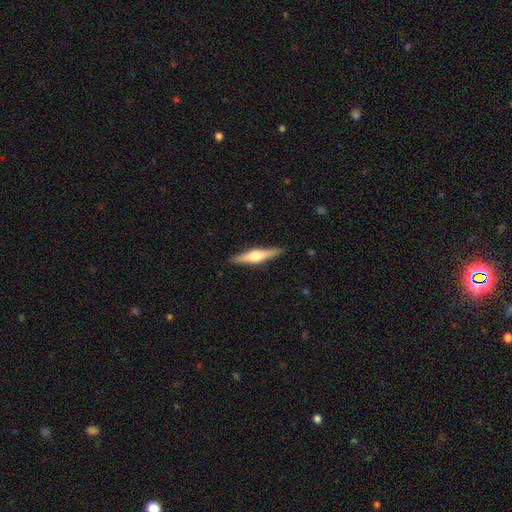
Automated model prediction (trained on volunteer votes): This appears to be a featured or disk galaxy (64%) viewed edge-on (97%) with a rounded central bulge (91%). Merging: none (90%).